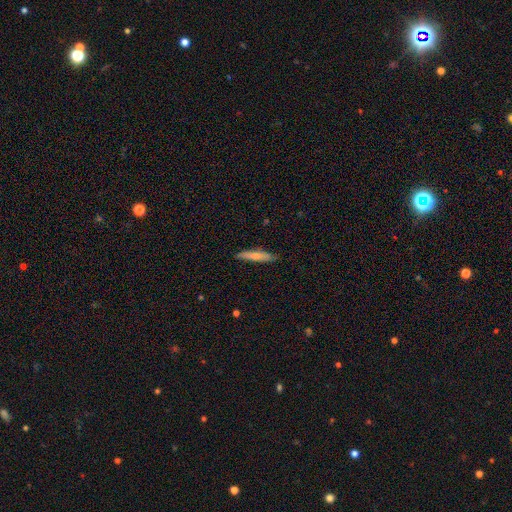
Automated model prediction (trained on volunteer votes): Smooth or featured? smooth (70%)
How rounded? cigar-shaped (89%)
Merging? none (86%)